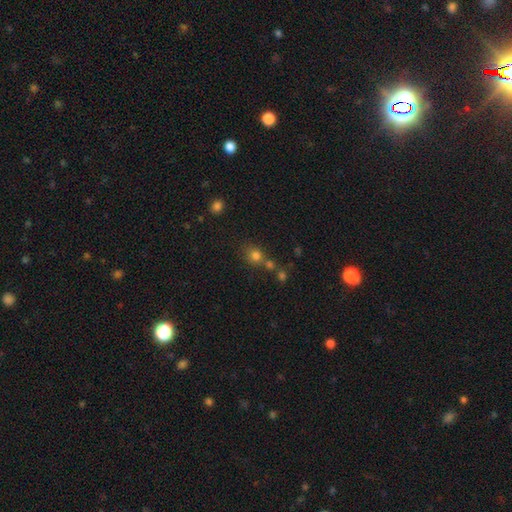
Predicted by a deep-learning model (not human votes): Overall: smooth (75%). How rounded: round (79%). Merging: none (54%; merger 31%).